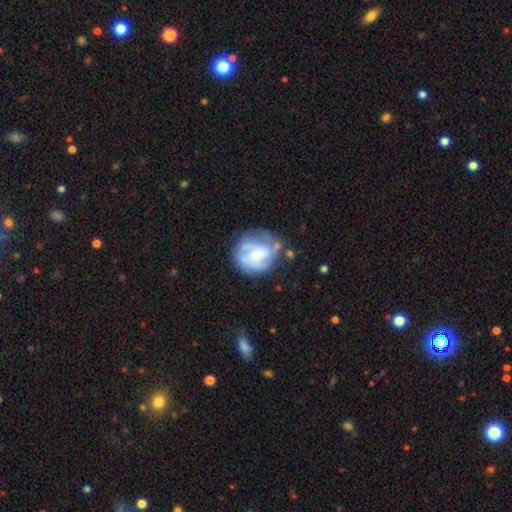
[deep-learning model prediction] Smooth or featured? Predicted: featured or disk (p=0.64). Edge-on disk? Predicted: no (p=0.98). Bar? Predicted: no (p=0.66). Spiral arms? Predicted: yes (p=0.69). Bulge size? Predicted: small (p=0.51). Merging? Predicted: none (p=0.55).